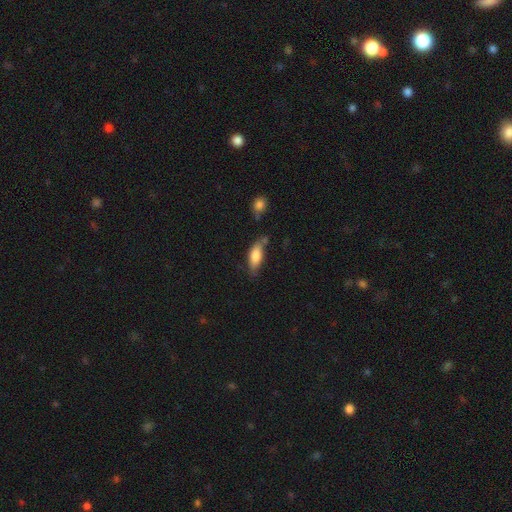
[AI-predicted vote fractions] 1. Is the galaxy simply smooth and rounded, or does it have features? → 77% smooth, 16% featured or disk, 7% star or artifact.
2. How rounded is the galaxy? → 75% in between, 22% cigar-shaped, 3% round.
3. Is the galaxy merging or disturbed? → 57% none, 27% minor disturbance, 9% merger, 7% major disturbance.